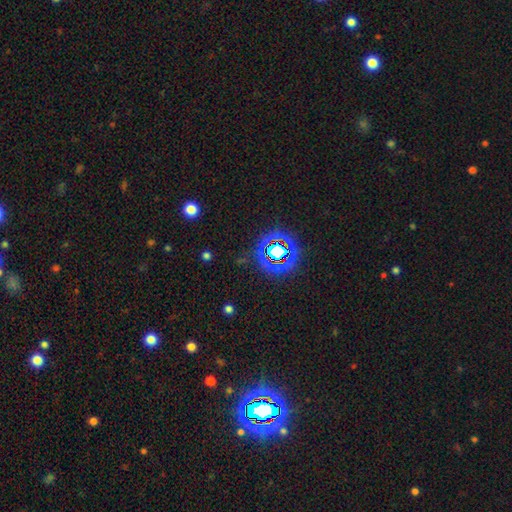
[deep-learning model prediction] A star or artifact, not a galaxy (80%).

Vote fractions:
- Smooth or featured? star or artifact: 80% / smooth: 11% / featured or disk: 8%